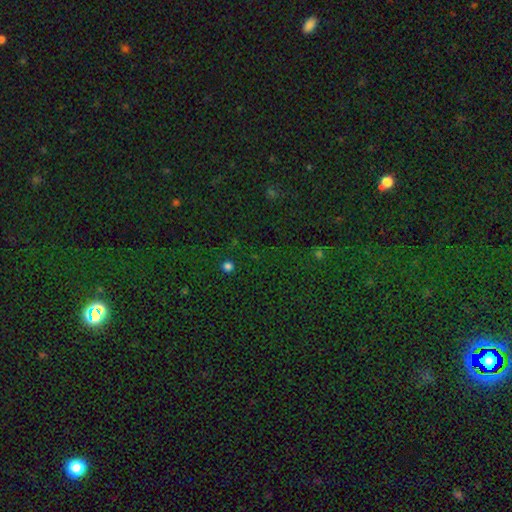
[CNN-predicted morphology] type=star or artifact (78%).